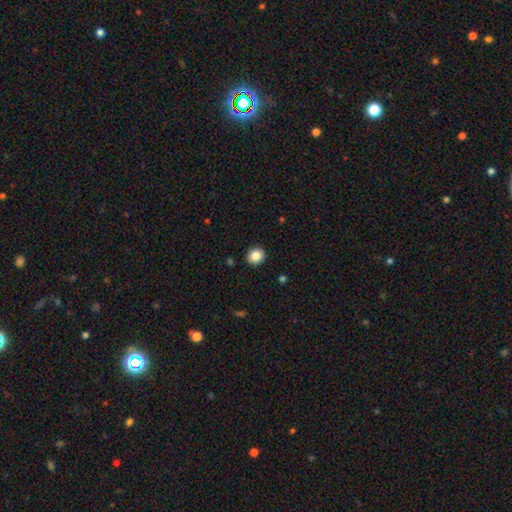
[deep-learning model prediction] Smooth or featured? smooth (85%)
How rounded? round (75%)
Merging? none (91%)